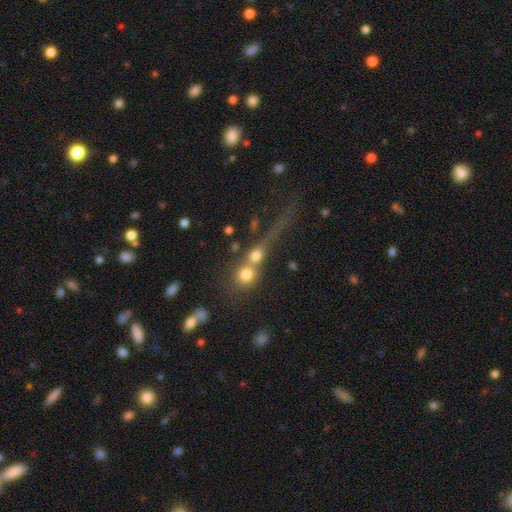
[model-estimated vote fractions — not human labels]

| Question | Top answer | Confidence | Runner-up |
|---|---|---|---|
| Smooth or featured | smooth | 61% | featured or disk (23%) |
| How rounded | round | 72% | in between (17%) |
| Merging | merger | 60% | none (26%) |